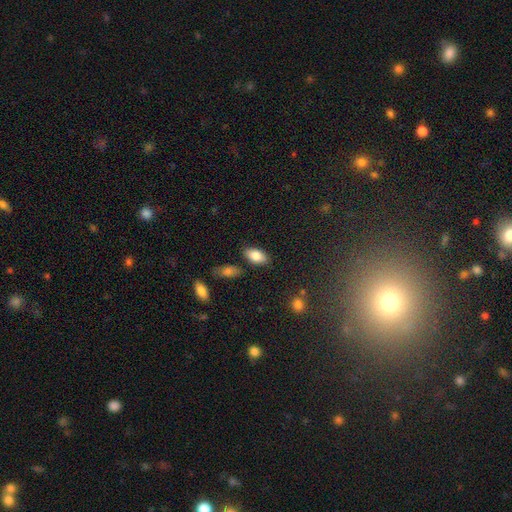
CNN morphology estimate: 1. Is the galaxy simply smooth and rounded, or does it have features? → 83% smooth, 10% featured or disk, 7% star or artifact.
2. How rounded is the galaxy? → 93% in between, 4% round, 3% cigar-shaped.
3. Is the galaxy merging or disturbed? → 84% none, 10% minor disturbance, 3% merger, 2% major disturbance.